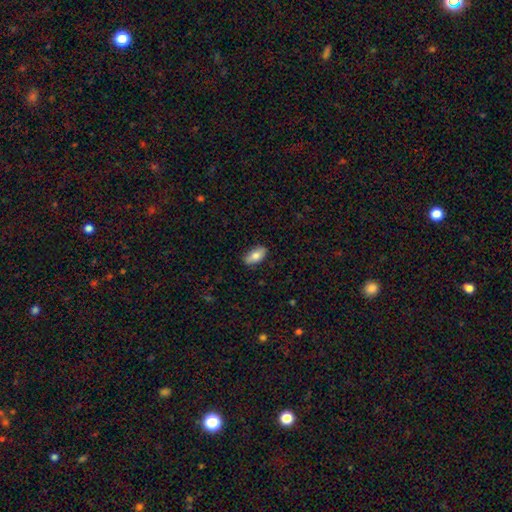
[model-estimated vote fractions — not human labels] A smooth galaxy with no disk features (78%) that is in between round and cigar-shaped (90%). Merging: none (83%).